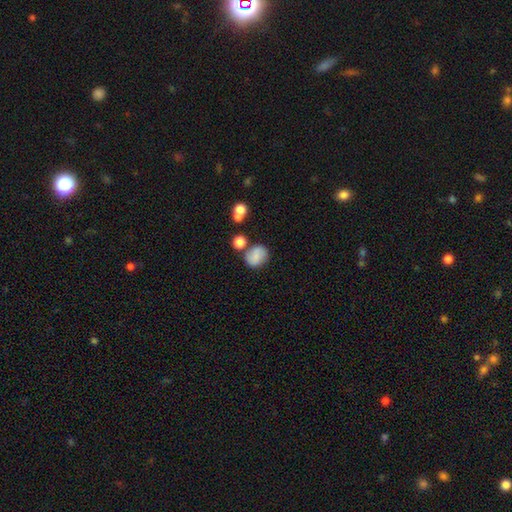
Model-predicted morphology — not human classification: Overall: smooth (77%). How rounded: round (58%; in between 41%). Merging: none (63%).